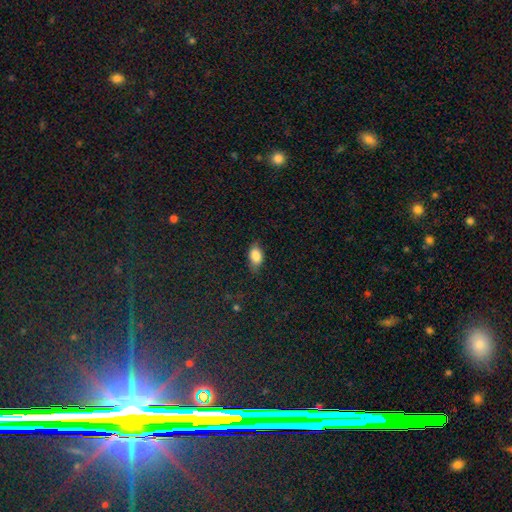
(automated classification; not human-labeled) Smooth or featured? Predicted: smooth (p=0.85). How rounded? Predicted: in between (p=0.89). Merging? Predicted: none (p=0.73).